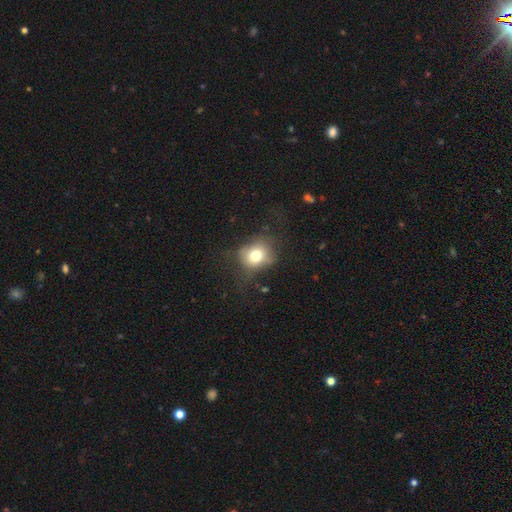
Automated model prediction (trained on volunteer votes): This is likely a smooth galaxy (72%). How rounded: likely round (72%). Merging: likely none (62%).